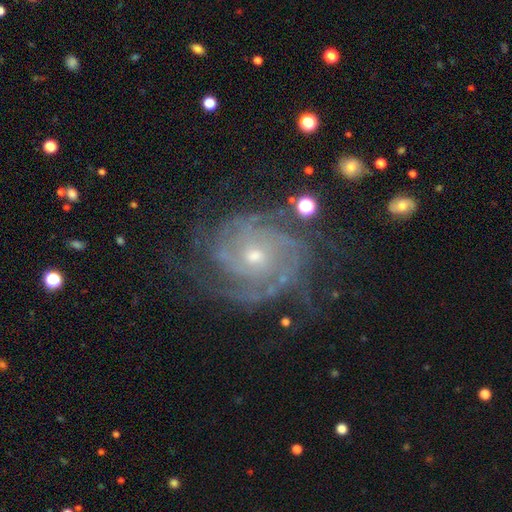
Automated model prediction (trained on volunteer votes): featured or disk 89%, star or artifact 6%, smooth 5%. Down the decision tree: edge-on disk — no (98%); bar — no (76%); spiral arms — yes (97%); spiral arm count — can't tell (25%); spiral winding — tight (71%); bulge size — small (59%); merging — none (70%).